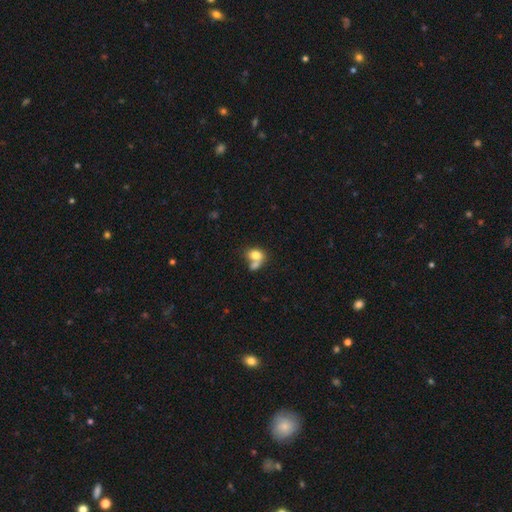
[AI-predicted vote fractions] smooth 76%, featured or disk 15%, star or artifact 9%. Down the decision tree: how rounded — in between (61%); merging — merger (56%).